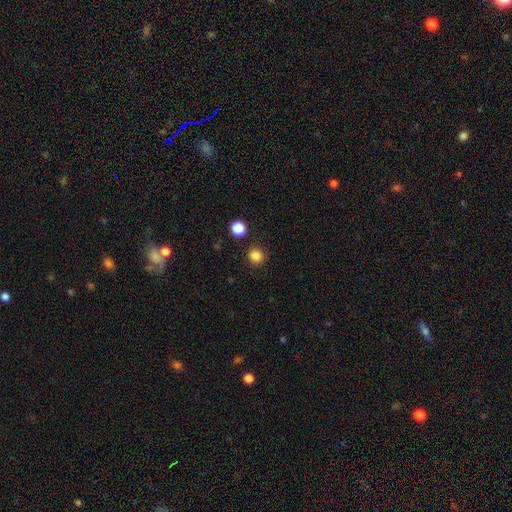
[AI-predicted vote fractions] This is clearly a smooth galaxy (84%). How rounded: clearly round (93%). Merging: clearly none (90%).